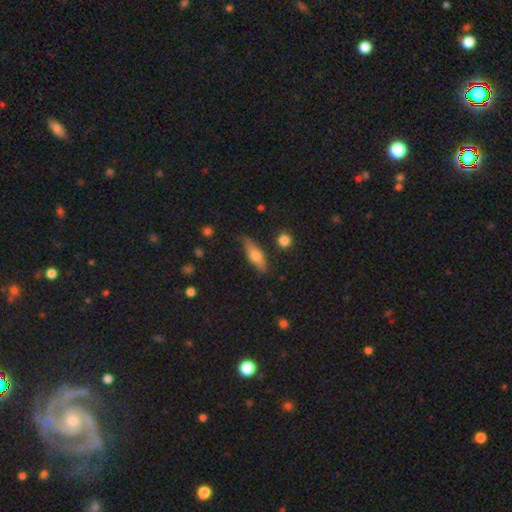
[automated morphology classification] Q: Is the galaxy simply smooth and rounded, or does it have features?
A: smooth — 58%.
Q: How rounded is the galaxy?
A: in between — 53%.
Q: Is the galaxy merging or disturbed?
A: none — 76%.